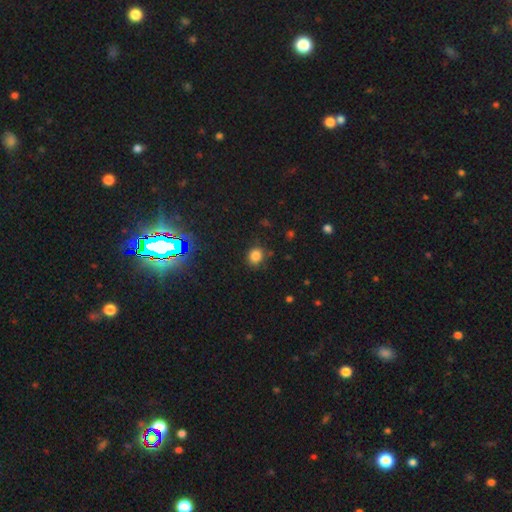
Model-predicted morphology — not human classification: smooth_or_featured: smooth (p=0.80) [alt: star or artifact p=0.15]
how_rounded: round (p=0.74) [alt: in between p=0.25]
merging: none (p=0.81) [alt: minor disturbance p=0.13]